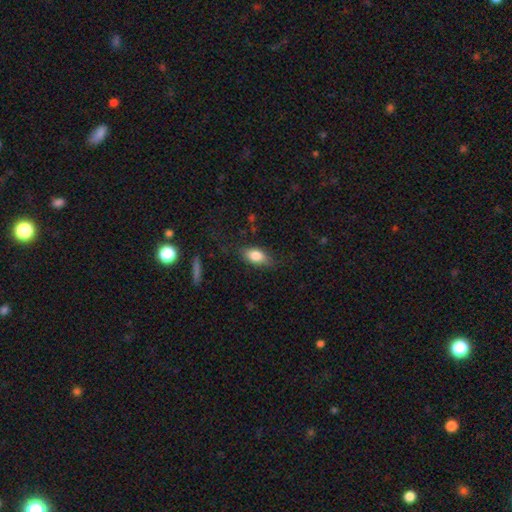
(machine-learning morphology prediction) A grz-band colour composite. It shows a smooth galaxy with no disk features (80%) that is in between round and cigar-shaped (85%). Merging: none (76%).